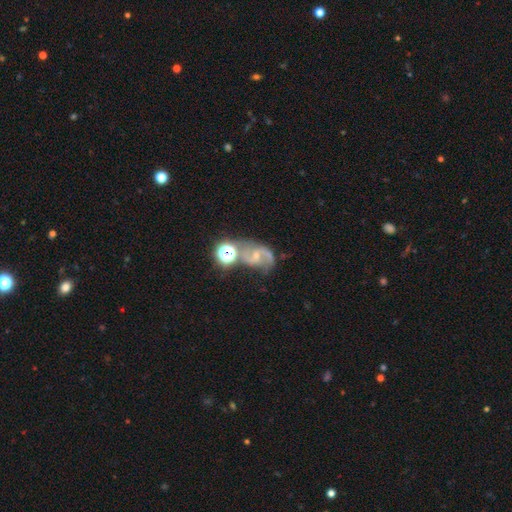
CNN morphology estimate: Smooth or featured: featured or disk — 78% (star or artifact — 13%)
Edge-on disk: no — 98% (yes — 2%)
Bar: weak — 43% (tied with no — 43%)
Spiral arms: yes — 95% (no — 5%)
Spiral winding: medium — 50% (loose — 37%)
Spiral arm count: 2 — 88% (1 — 5%)
Bulge size: small — 64% (moderate — 29%)
Merging: none — 51% (minor disturbance — 19%)